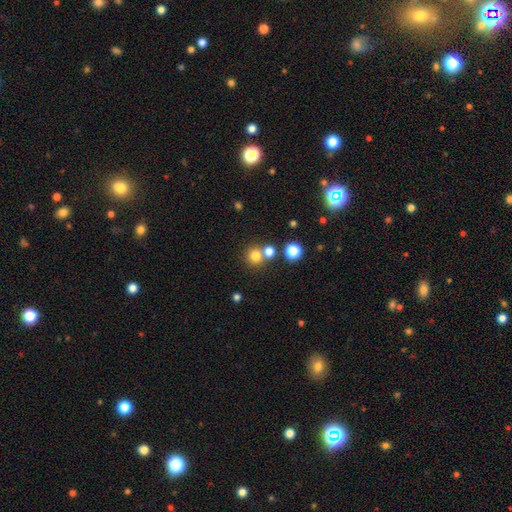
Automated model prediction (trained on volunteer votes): A smooth galaxy with no disk features (77%) that is round (91%). Merging: none (63%).